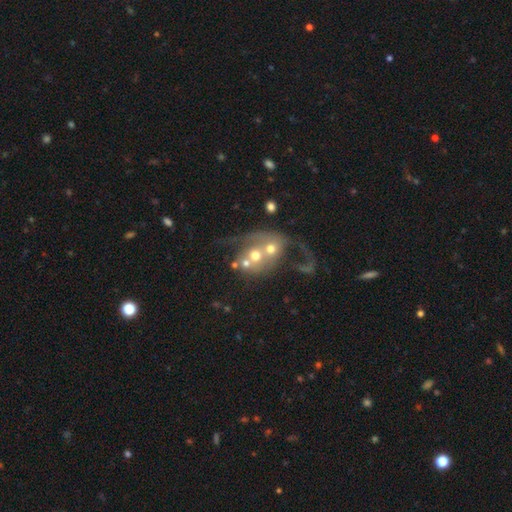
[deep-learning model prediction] This is possibly a featured or disk galaxy (57%). It is clearly not viewed edge-on (96%). Bar: likely no (80%). Spiral arm pattern: possibly no (53%). Central bulge: possibly moderate (52%). Merging: likely merger (64%).